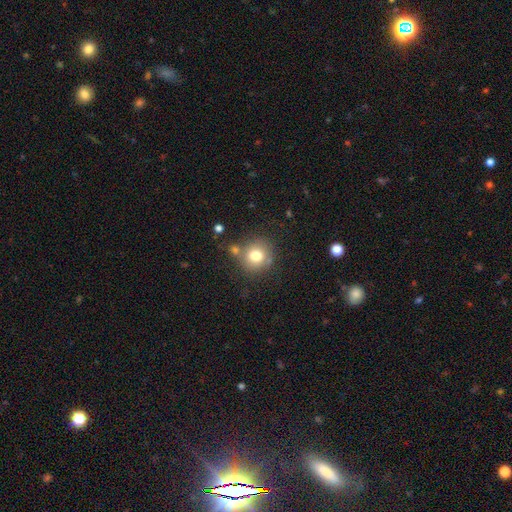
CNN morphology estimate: smooth 76%, featured or disk 13%, star or artifact 11%. Down the decision tree: how rounded — round (88%); merging — none (68%).